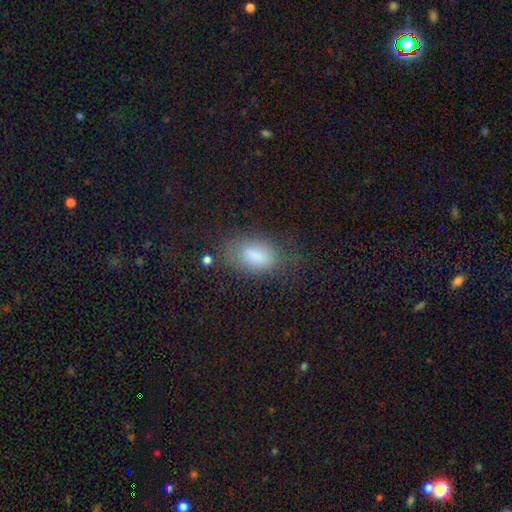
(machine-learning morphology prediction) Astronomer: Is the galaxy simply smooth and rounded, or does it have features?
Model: smooth — 79%.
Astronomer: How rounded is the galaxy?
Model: in between — 89%.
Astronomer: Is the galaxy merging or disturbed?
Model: none — 63%.